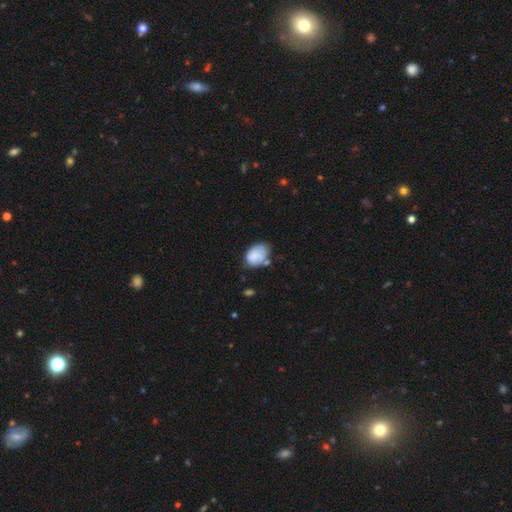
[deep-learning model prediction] The model was most divided on "merging": none: 48%, minor disturbance: 32%, merger: 11%, major disturbance: 9%. More confident: how rounded — in between (80%); smooth or featured — smooth (78%).